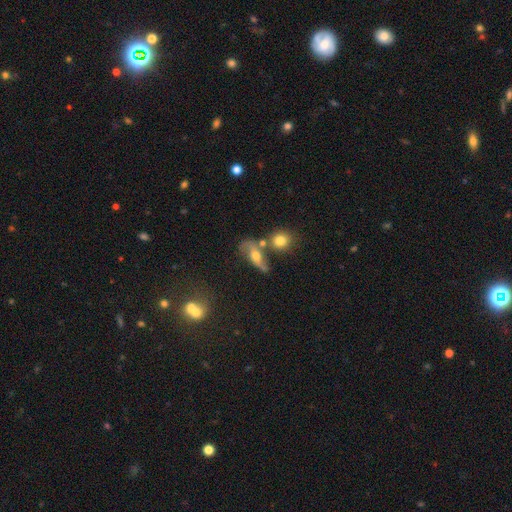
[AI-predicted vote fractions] The model was most divided on "smooth or featured": featured or disk: 47%, smooth: 41%, star or artifact: 11%. Remaining: merging — none (45%).